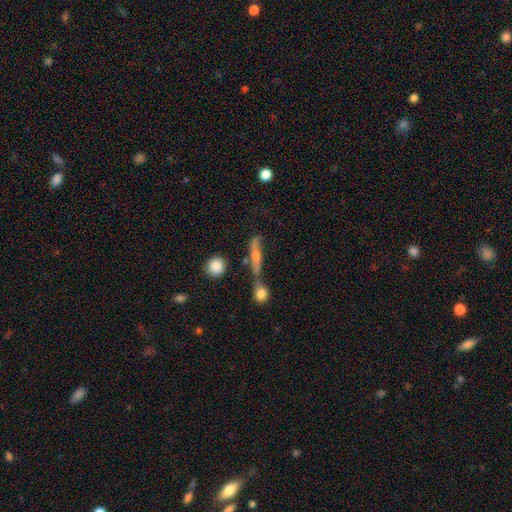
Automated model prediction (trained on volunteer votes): Smooth or featured? Predicted: smooth (p=0.50). How rounded? Predicted: cigar-shaped (p=0.75). Merging? Predicted: none (p=0.50).